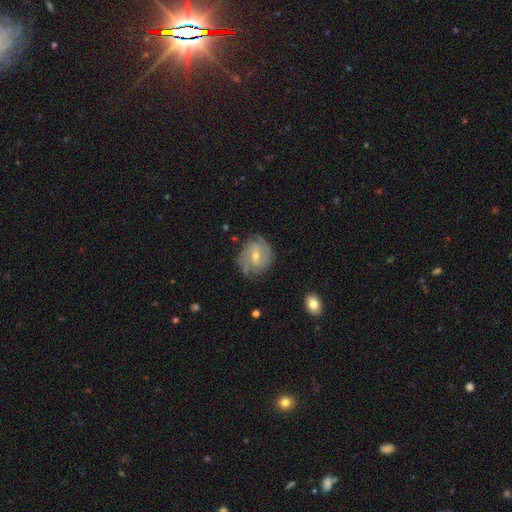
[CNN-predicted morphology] The model was most divided on "bulge size": moderate: 49%, small: 48%, large: 1%, none: 1%, dominant: 1%. Remaining: edge-on disk — no (97%); spiral arms — yes (93%); smooth or featured — featured or disk (77%); merging — none (75%); spiral winding — tight (55%); bar — weak (50%); spiral arm count — 2 (33%).